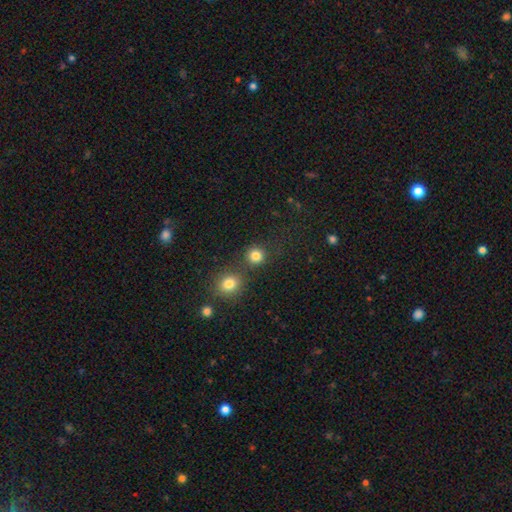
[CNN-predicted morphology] Smooth or featured: smooth — 83% (star or artifact — 13%)
How rounded: round — 90% (in between — 9%)
Merging: none — 75% (merger — 14%)